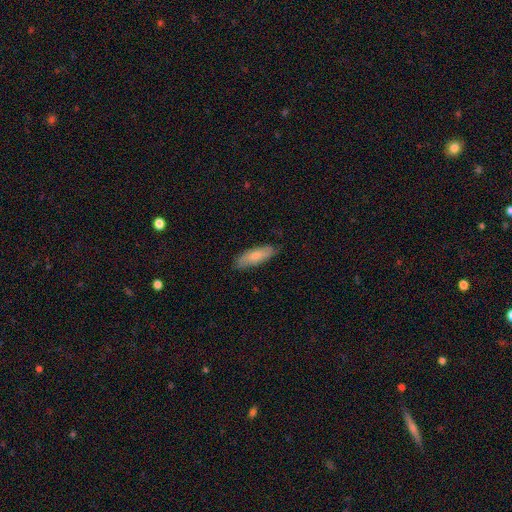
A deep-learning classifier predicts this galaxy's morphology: type=smooth (70%); roundness=in between (50%); merging=none (81%).